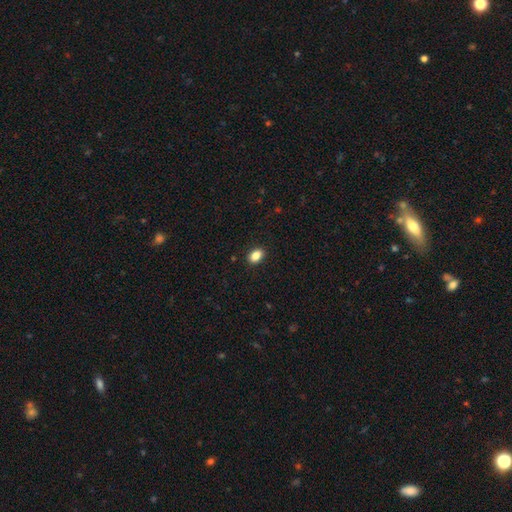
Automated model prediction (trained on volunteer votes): This is clearly a smooth galaxy (86%). How rounded: clearly in between (84%). Merging: clearly none (90%).